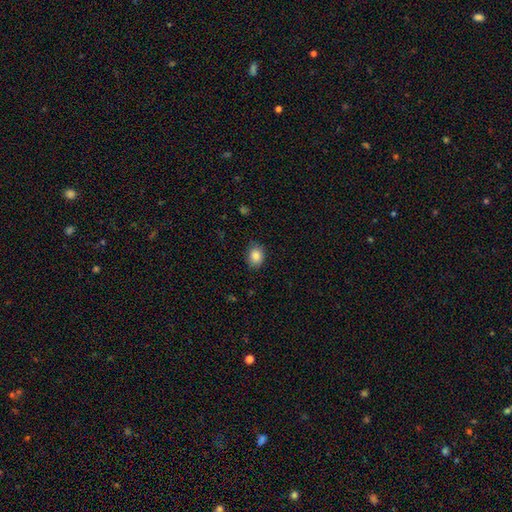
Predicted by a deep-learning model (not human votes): This appears to be a smooth galaxy with no disk features (86%) that is in between round and cigar-shaped (55%). Merging: none (83%).